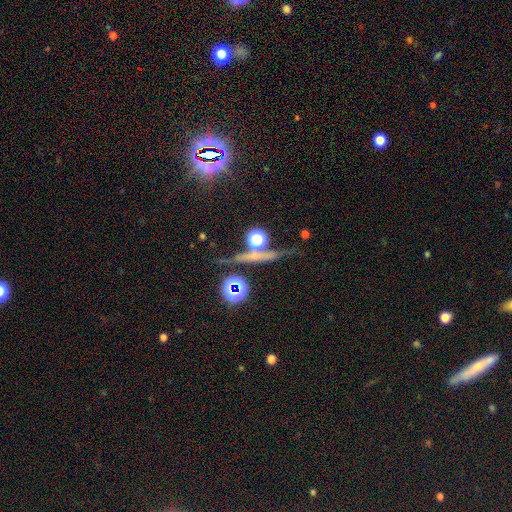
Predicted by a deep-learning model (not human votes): This appears to be a star or artifact, not a galaxy (44%).